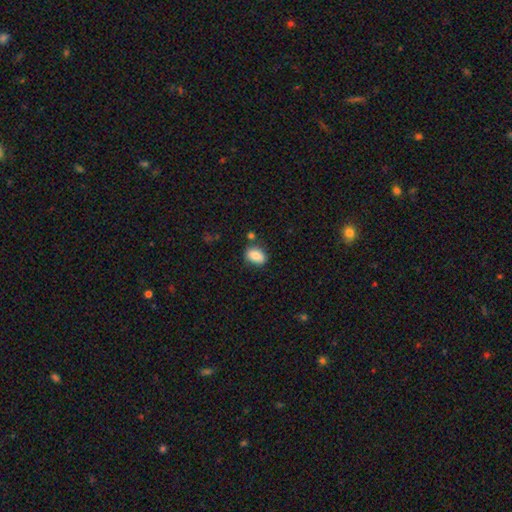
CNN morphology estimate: Smooth or featured? smooth (85%)
How rounded? in between (81%)
Merging? none (75%)